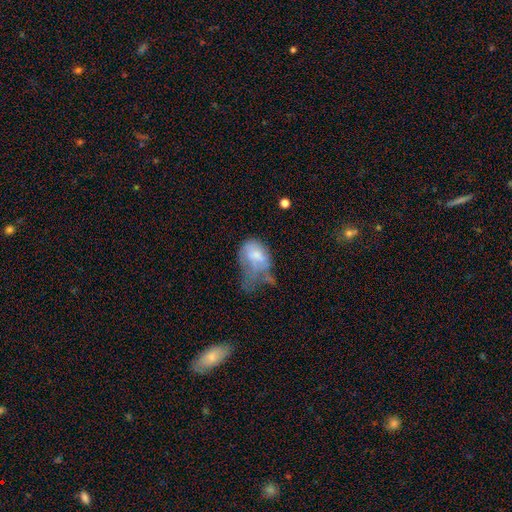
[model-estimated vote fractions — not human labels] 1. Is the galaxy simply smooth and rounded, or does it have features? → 60% smooth, 31% featured or disk, 9% star or artifact.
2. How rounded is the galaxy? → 83% in between, 16% round, 2% cigar-shaped.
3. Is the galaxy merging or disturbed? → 56% major disturbance, 22% minor disturbance, 11% none, 11% merger.